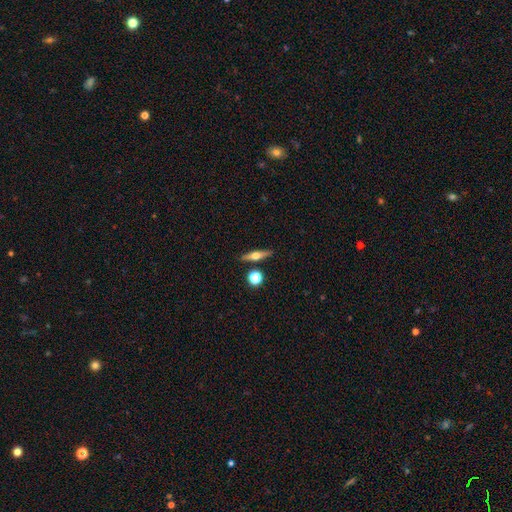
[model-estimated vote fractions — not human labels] Q: Smooth or featured?
A: featured or disk (57%); runner-up: smooth (36%)
Q: Edge-on disk?
A: yes (94%); runner-up: no (6%)
Q: Edge-on bulge?
A: rounded (94%); runner-up: boxy (3%)
Q: Merging?
A: none (85%); runner-up: minor disturbance (8%)